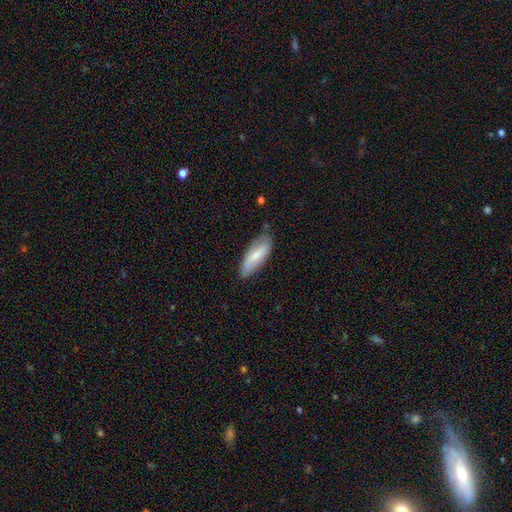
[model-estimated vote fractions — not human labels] This is likely a smooth galaxy (61%). How rounded: likely in between (69%). Merging: likely none (70%).